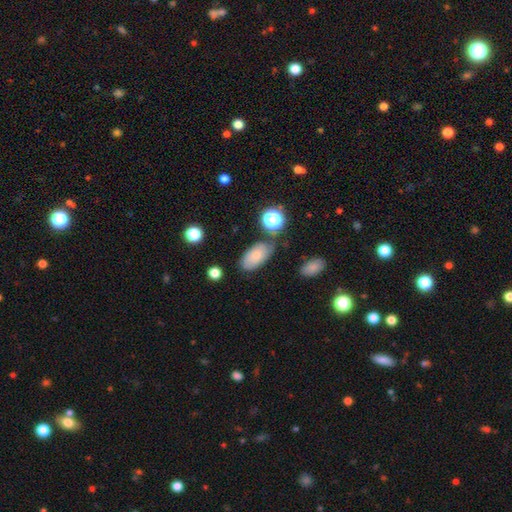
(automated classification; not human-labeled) smooth-or-featured: smooth: 67% | featured or disk: 22% | star or artifact: 10%
  how-rounded: in between: 92% | round: 5% | cigar-shaped: 3%
  merging: none: 63% | minor disturbance: 23% | merger: 7% | major disturbance: 7%